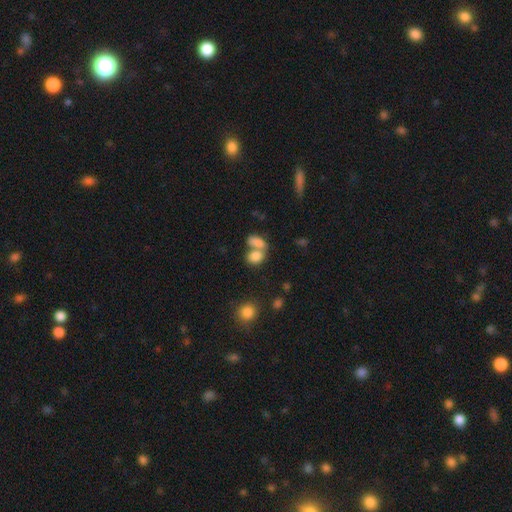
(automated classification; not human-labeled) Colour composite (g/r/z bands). It shows a smooth galaxy with no disk features (80%) that is in between round and cigar-shaped (70%). Merging: merger (58%).